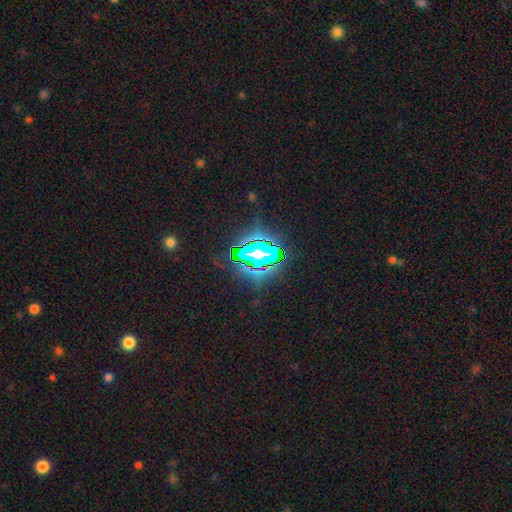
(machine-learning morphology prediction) This appears to be a star or artifact, not a galaxy (81%).